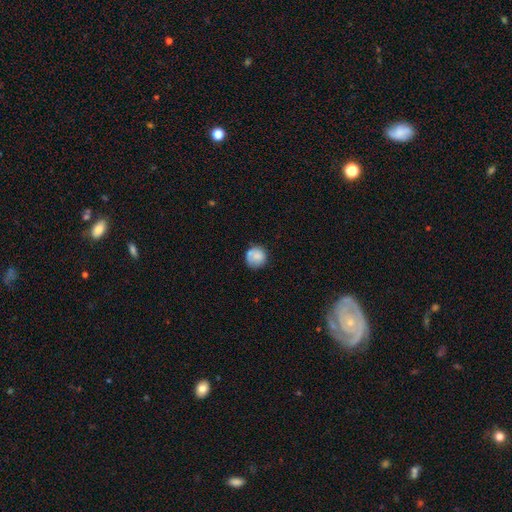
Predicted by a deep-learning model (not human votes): This appears to be a smooth galaxy with no disk features (77%) that is round (91%). Merging: none (67%).